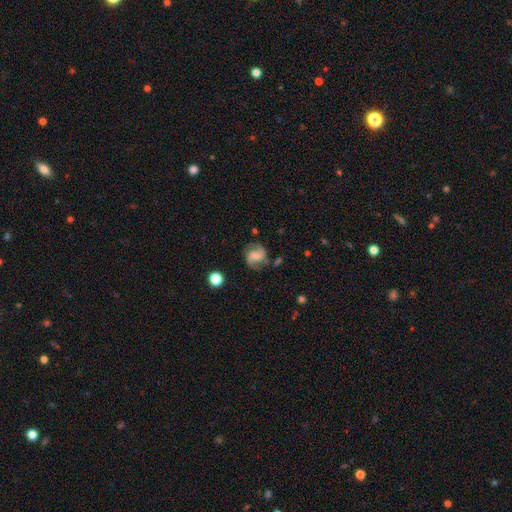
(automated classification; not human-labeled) This is likely a featured or disk galaxy (74%). It is clearly not viewed edge-on (98%). Bar: marginally weak (44%, tied with no). Spiral arm pattern: clearly yes (95%). Spiral arm count: clearly 2 (89%). Spiral winding: possibly medium (49%). Central bulge: marginally small (44%). Merging: likely none (73%).